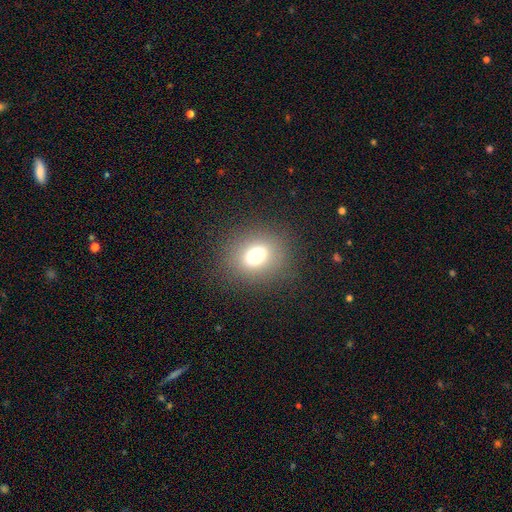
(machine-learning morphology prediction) A smooth galaxy with no disk features (72%) that is round (52%).

Vote fractions:
- Smooth or featured? smooth: 72% / star or artifact: 16% / featured or disk: 11%
- How rounded? round: 52% / in between: 47% / cigar-shaped: 1%
- Merging? none: 85% / minor disturbance: 9% / major disturbance: 5% / merger: 1%